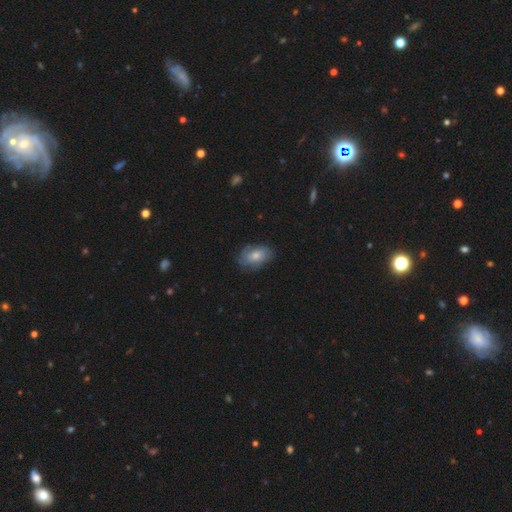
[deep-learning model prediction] This appears to be a smooth galaxy with no disk features (65%) that is in between round and cigar-shaped (87%). Merging: none (70%).